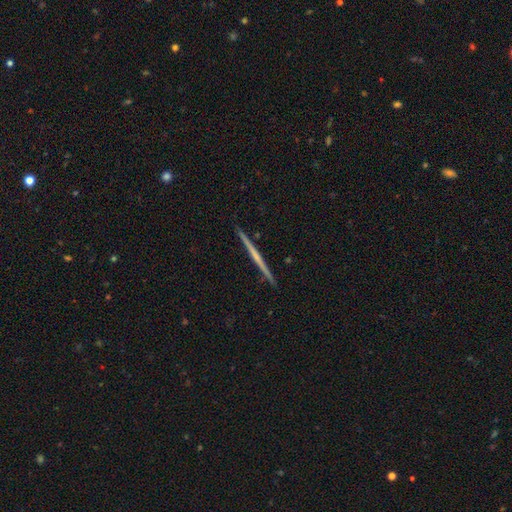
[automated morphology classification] Q: Smooth or featured?
A: featured or disk (68%); runner-up: smooth (27%)
Q: Edge-on disk?
A: yes (98%); runner-up: no (2%)
Q: Edge-on bulge?
A: none (77%); runner-up: rounded (17%)
Q: Merging?
A: none (93%); runner-up: minor disturbance (5%)